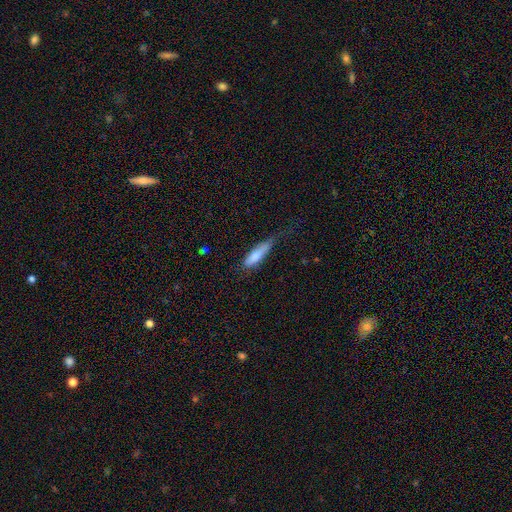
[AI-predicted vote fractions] Morphology: type=smooth (75%); roundness=cigar-shaped (61%); merging=none (42%).